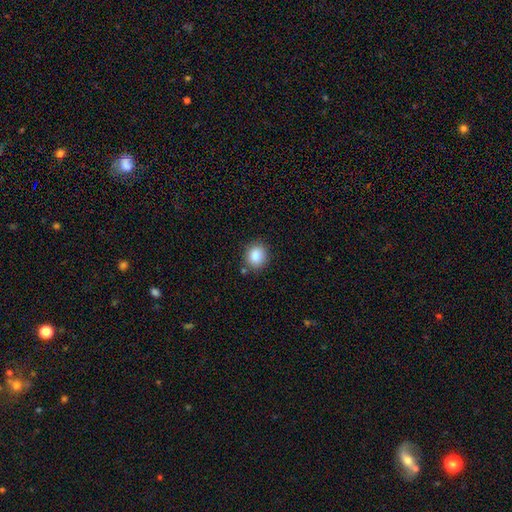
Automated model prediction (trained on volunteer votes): This appears to be a smooth galaxy with no disk features (87%) that is round (75%). Merging: none (83%).